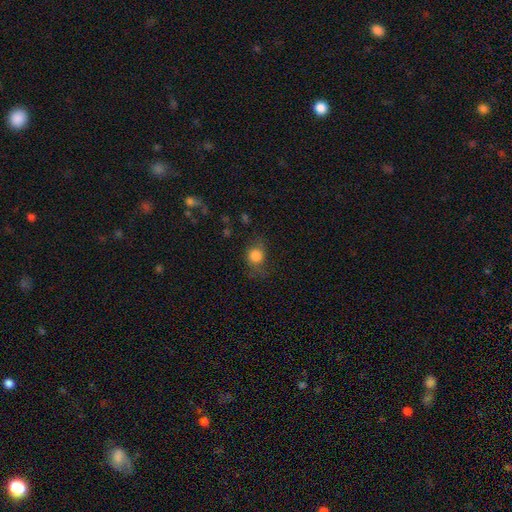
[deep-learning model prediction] Q: Smooth or featured?
A: smooth (81%); runner-up: star or artifact (10%)
Q: How rounded?
A: round (72%); runner-up: in between (26%)
Q: Merging?
A: none (61%); runner-up: minor disturbance (25%)